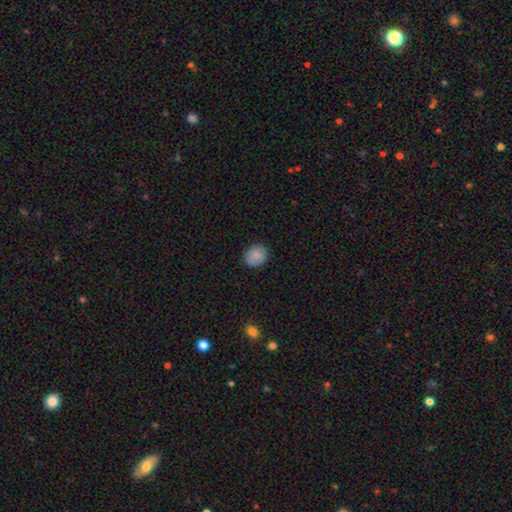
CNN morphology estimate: Smooth or featured? Predicted: smooth (p=0.88). How rounded? Predicted: round (p=0.65). Merging? Predicted: none (p=0.87).